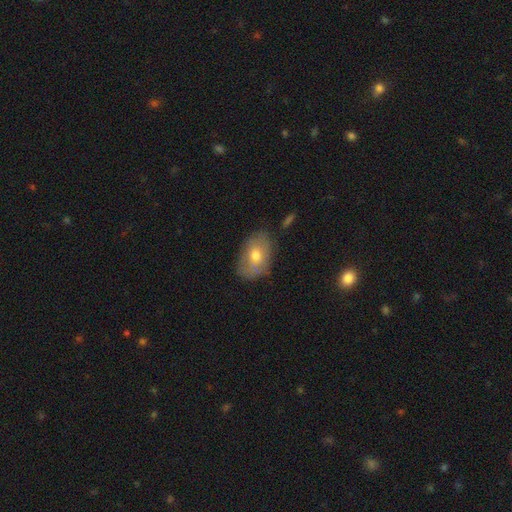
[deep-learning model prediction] Overall: smooth (64%; featured or disk 29%). How rounded: in between (87%). Merging: none (70%).